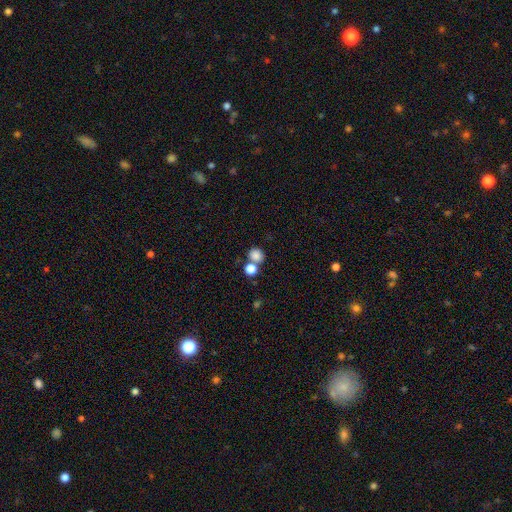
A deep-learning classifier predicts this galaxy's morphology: smooth-or-featured: smooth: 83% | star or artifact: 12% | featured or disk: 6%
  how-rounded: round: 77% | in between: 22% | cigar-shaped: 1%
  merging: none: 57% | merger: 31% | minor disturbance: 9% | major disturbance: 4%